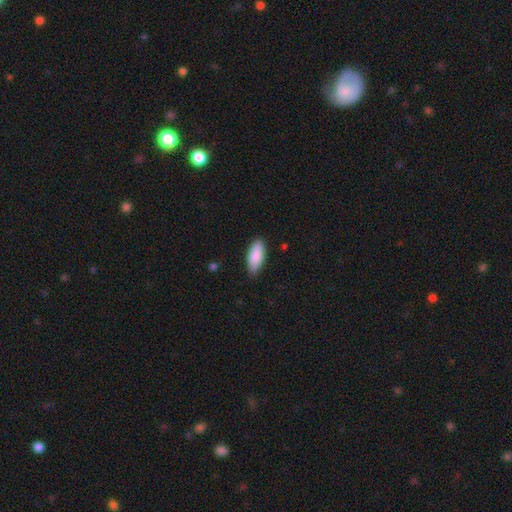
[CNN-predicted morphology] Overall: smooth (88%). How rounded: in between (81%). Merging: none (86%).